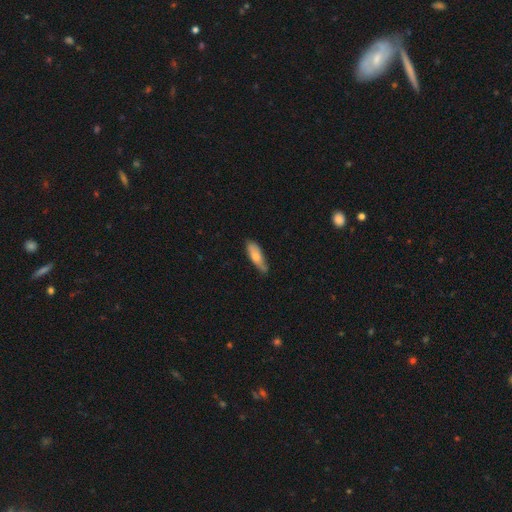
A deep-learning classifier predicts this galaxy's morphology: The model was most divided on "how rounded" (2-way tie): in between: 49%, cigar-shaped: 49%, round: 2%. More confident: smooth or featured — smooth (71%); merging — none (66%).